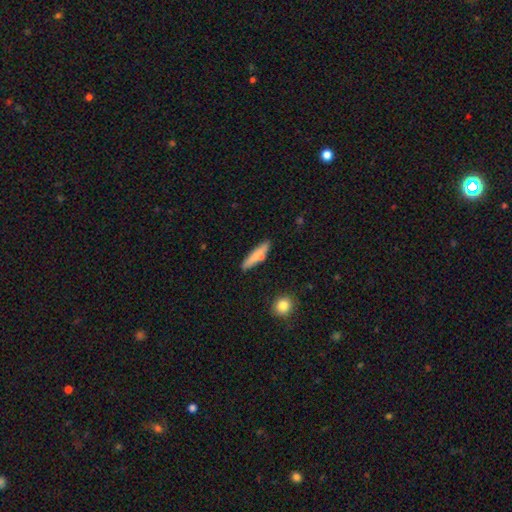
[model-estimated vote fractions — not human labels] This is likely a smooth galaxy (75%). How rounded: clearly cigar-shaped (82%). Merging: likely none (77%).